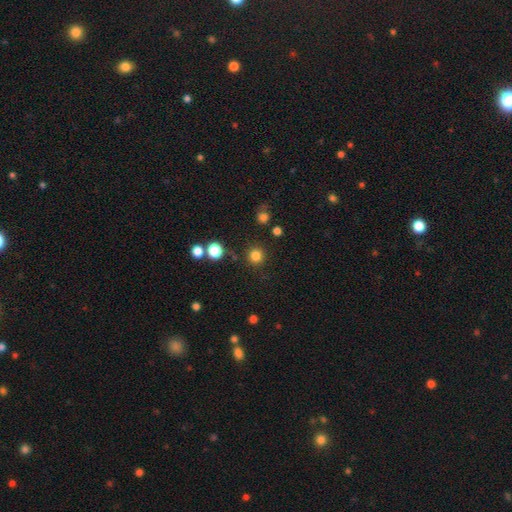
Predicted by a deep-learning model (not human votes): A smooth galaxy with no disk features (82%) that is round (95%).

Vote fractions:
- Smooth or featured? smooth: 82% / star or artifact: 14% / featured or disk: 4%
- How rounded? round: 95% / in between: 5% / cigar-shaped: 1%
- Merging? none: 88% / minor disturbance: 6% / merger: 3% / major disturbance: 3%